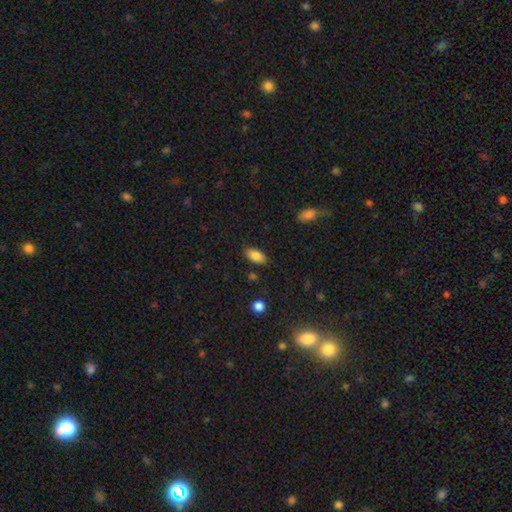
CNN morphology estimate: A smooth galaxy with no disk features (84%) that is in between round and cigar-shaped (91%).

Vote fractions:
- Smooth or featured? smooth: 84% / featured or disk: 8% / star or artifact: 8%
- How rounded? in between: 91% / cigar-shaped: 5% / round: 4%
- Merging? none: 83% / minor disturbance: 12% / major disturbance: 3% / merger: 2%